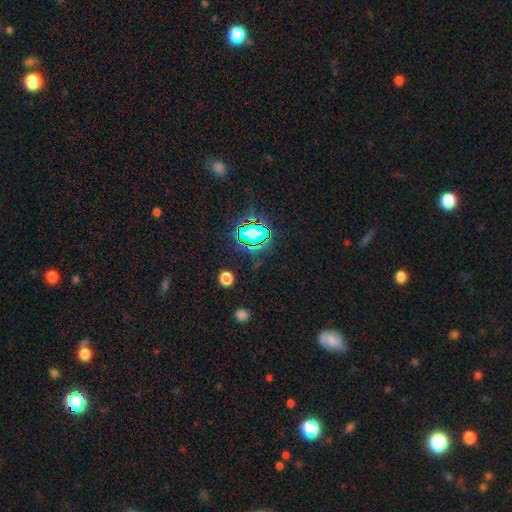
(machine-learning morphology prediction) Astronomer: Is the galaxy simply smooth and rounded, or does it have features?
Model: star or artifact — 78%.